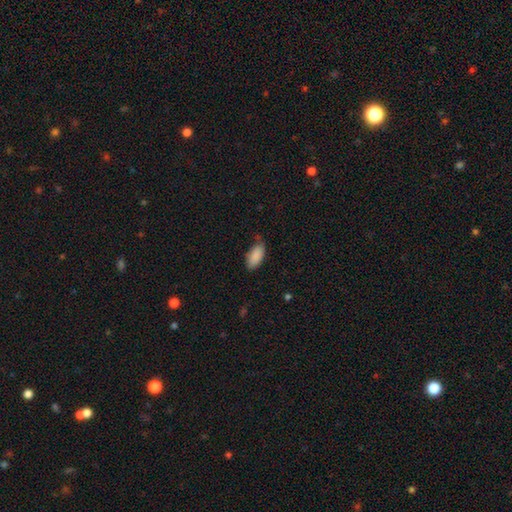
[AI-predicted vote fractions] A smooth galaxy with no disk features (89%) that is in between round and cigar-shaped (93%). Merging: none (65%).